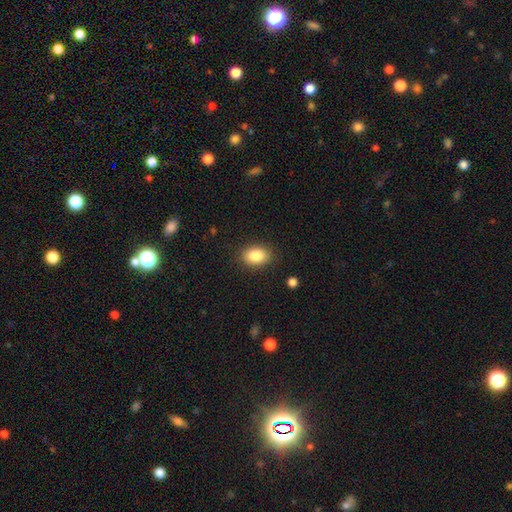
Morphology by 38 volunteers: A smooth galaxy with no disk features (95%) that is in between round and cigar-shaped (81%). Merging: none (92%).